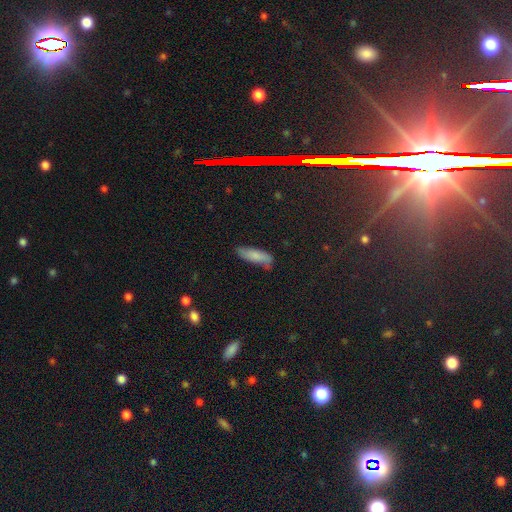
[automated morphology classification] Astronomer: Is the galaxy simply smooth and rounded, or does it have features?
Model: smooth — 74%.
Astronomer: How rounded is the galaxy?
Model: cigar-shaped — 50% (runner-up: in between, 48%).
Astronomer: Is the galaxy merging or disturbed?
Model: none — 63%.